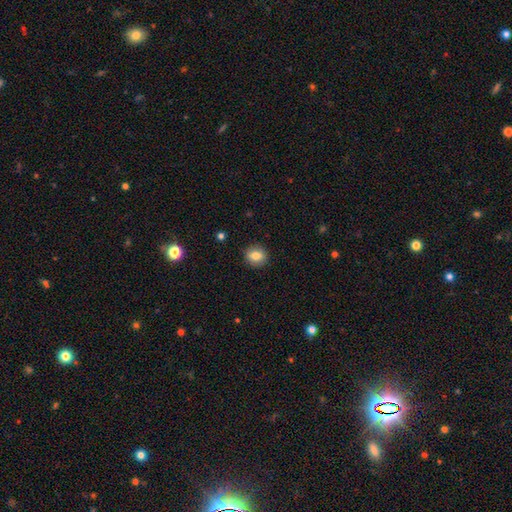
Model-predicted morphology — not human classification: Smooth or featured? smooth (81%)
How rounded? round (82%)
Merging? none (90%)